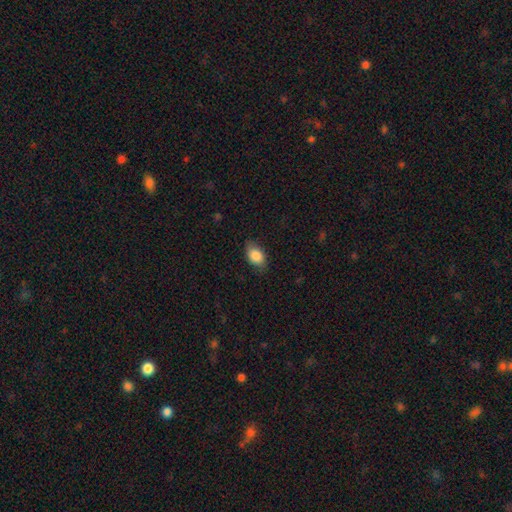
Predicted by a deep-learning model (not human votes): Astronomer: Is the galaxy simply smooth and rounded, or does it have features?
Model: smooth — 86%.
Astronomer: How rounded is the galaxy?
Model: in between — 87%.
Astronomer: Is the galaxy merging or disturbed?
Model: none — 81%.